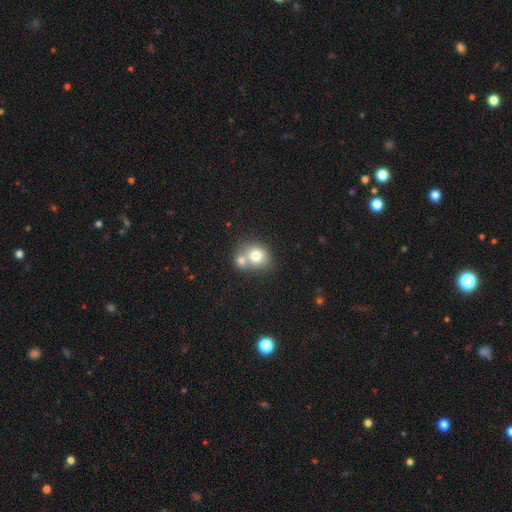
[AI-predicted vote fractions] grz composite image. It shows a smooth galaxy with no disk features (75%) that is round (69%). Merging: merger (55%).